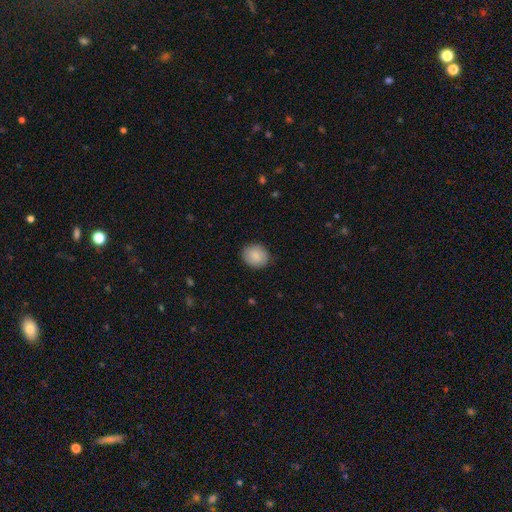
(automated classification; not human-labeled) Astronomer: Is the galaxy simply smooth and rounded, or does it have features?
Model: smooth — 88%.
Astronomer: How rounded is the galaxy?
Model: round — 68%.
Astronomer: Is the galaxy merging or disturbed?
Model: none — 87%.